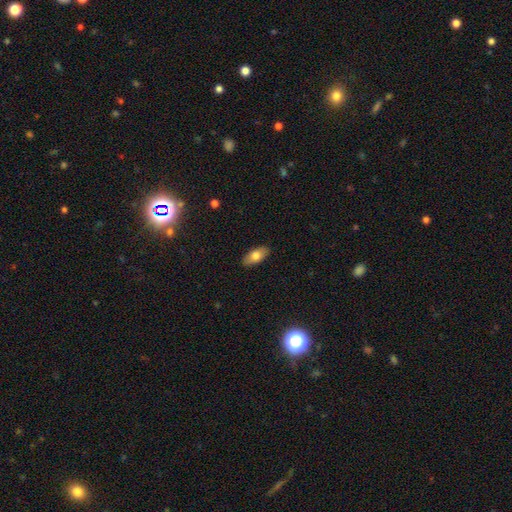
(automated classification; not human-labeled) Morphology: type=smooth (76%); roundness=in between (89%); merging=none (88%).